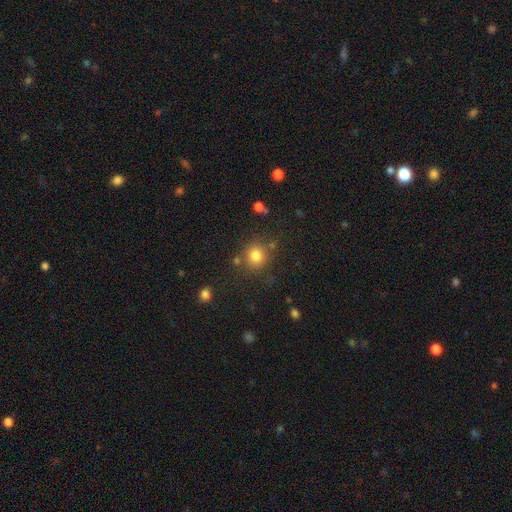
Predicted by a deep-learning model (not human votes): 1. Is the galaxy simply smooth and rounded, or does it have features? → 80% smooth, 14% star or artifact, 7% featured or disk.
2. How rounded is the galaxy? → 89% round, 10% in between, 1% cigar-shaped.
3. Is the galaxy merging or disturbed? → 79% none, 10% minor disturbance, 7% merger, 4% major disturbance.